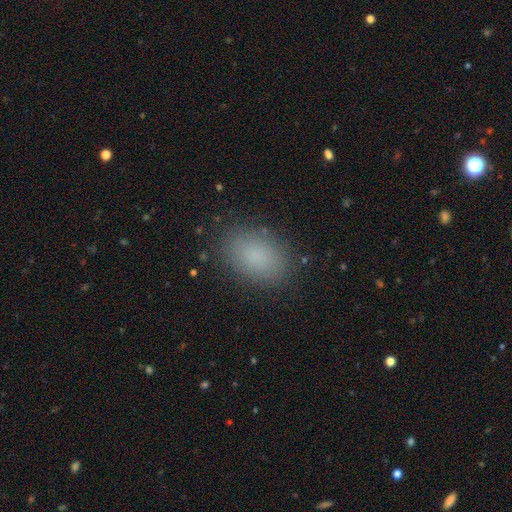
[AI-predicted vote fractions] Smooth or featured?
  - smooth: 84% *
  - star or artifact: 11%
  - featured or disk: 5%
How rounded?
  - in between: 83% *
  - round: 16%
  - cigar-shaped: 1%
Merging?
  - none: 86% *
  - minor disturbance: 10%
  - major disturbance: 3%
  - merger: 1%